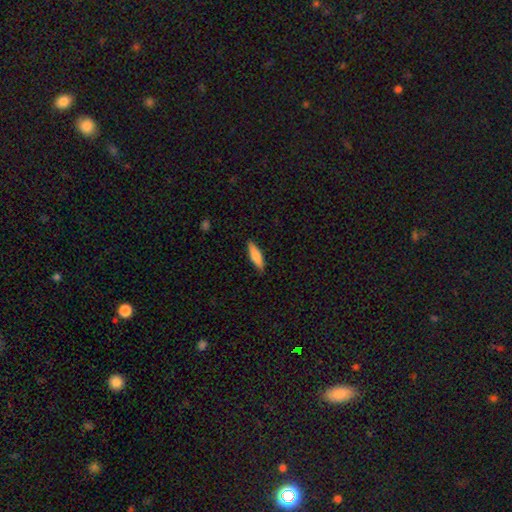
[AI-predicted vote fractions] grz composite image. It shows a smooth galaxy with no disk features (76%) that is cigar-shaped (68%). Merging: none (87%).